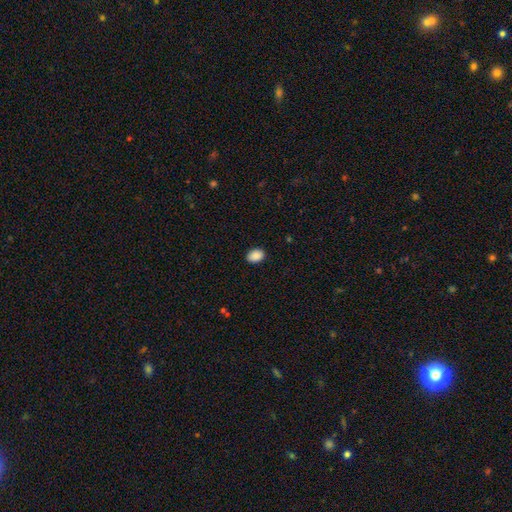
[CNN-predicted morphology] smooth_or_featured: smooth (p=0.90) [alt: star or artifact p=0.07]
how_rounded: in between (p=0.75) [alt: round p=0.24]
merging: none (p=0.89) [alt: minor disturbance p=0.08]